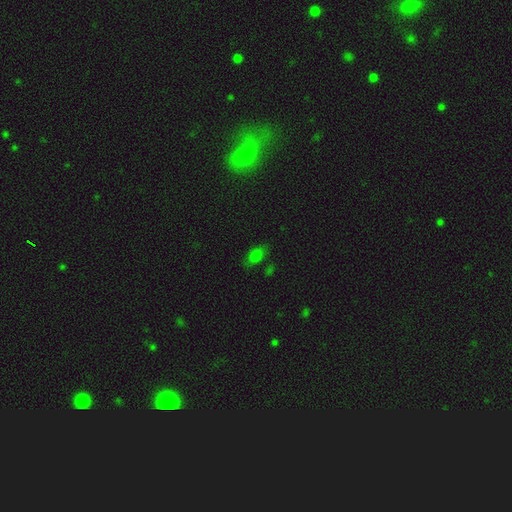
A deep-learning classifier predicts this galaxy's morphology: smooth_or_featured: smooth (p=0.72) [alt: star or artifact p=0.20]
how_rounded: in between (p=0.84) [alt: round p=0.12]
merging: none (p=0.74) [alt: minor disturbance p=0.18]